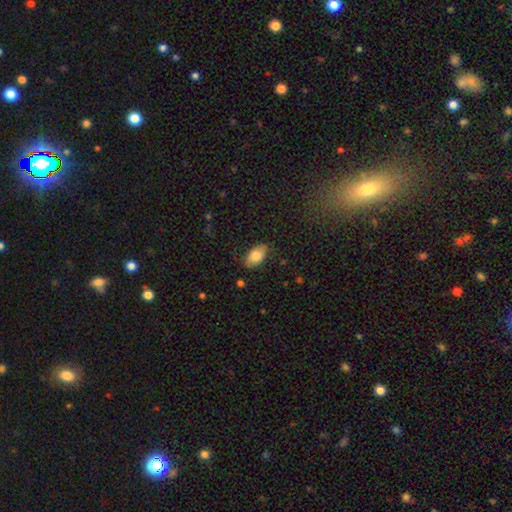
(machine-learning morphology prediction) This is likely a smooth galaxy (79%). How rounded: clearly in between (91%). Merging: likely none (77%).